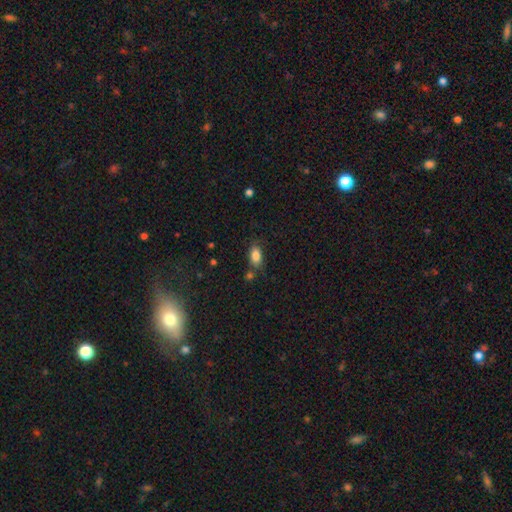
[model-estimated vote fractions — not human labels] A smooth galaxy with no disk features (83%) that is in between round and cigar-shaped (89%). Merging: none (66%).